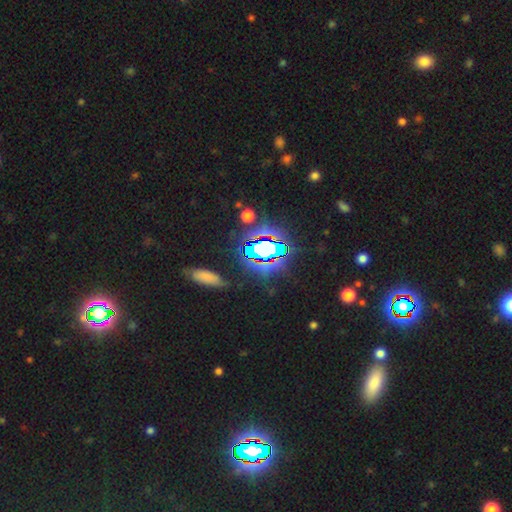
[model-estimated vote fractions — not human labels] Smooth or featured? star or artifact (71%)